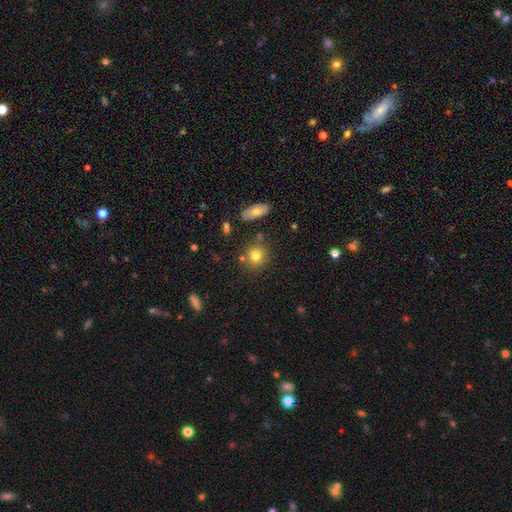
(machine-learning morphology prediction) Smooth or featured? Predicted: smooth (p=0.79). How rounded? Predicted: round (p=0.87). Merging? Predicted: none (p=0.80).